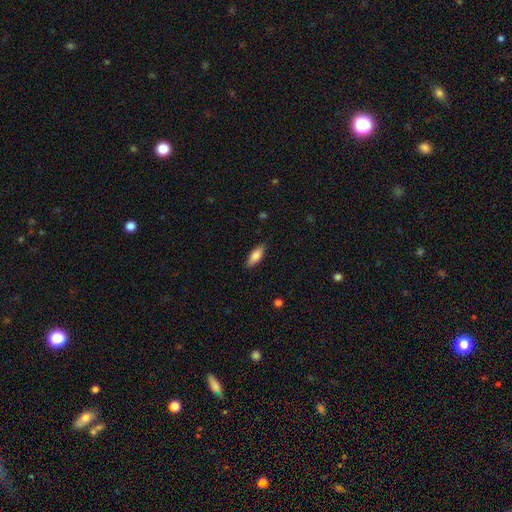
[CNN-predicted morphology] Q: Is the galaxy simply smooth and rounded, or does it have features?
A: smooth — 79%.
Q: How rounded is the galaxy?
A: in between — 64%.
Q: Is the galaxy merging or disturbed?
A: none — 85%.